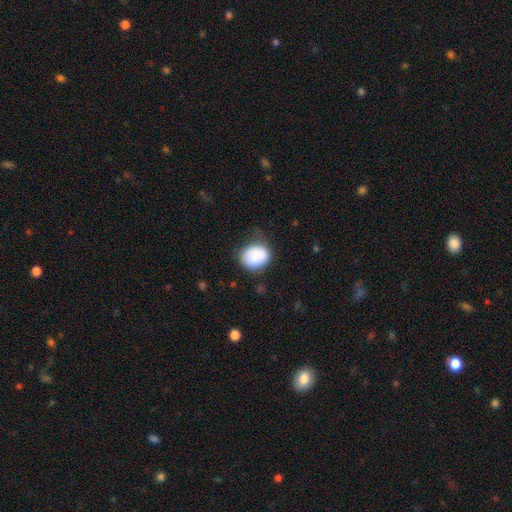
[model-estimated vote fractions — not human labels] Q: Smooth or featured?
A: smooth (84%); runner-up: featured or disk (8%)
Q: How rounded?
A: round (61%); runner-up: in between (38%)
Q: Merging?
A: none (60%); runner-up: minor disturbance (28%)